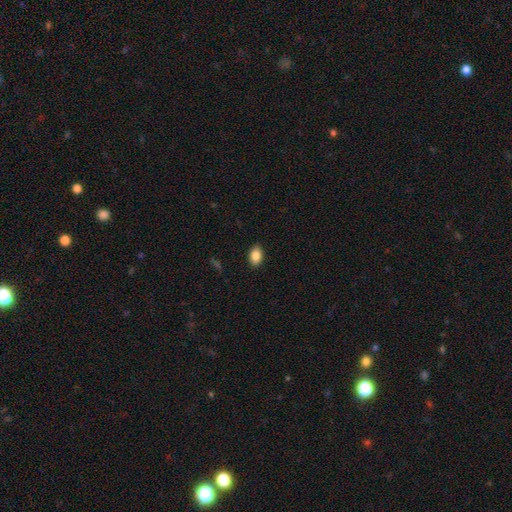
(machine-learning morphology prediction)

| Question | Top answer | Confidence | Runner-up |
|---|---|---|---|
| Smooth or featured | smooth | 87% | star or artifact (8%) |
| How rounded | in between | 90% | round (8%) |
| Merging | none | 89% | minor disturbance (8%) |